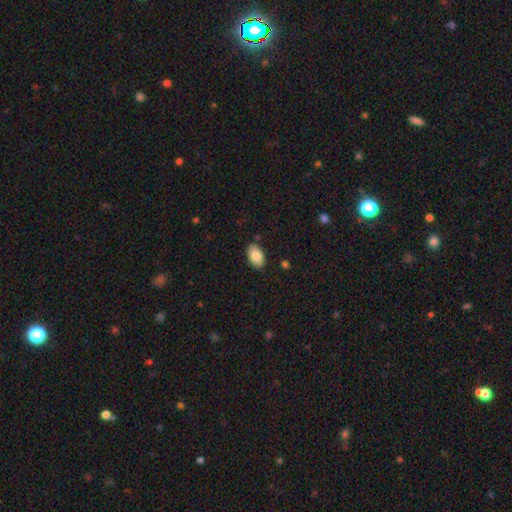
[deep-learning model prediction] Smooth or featured: smooth — 84% (featured or disk — 10%)
How rounded: in between — 93% (round — 6%)
Merging: none — 87% (minor disturbance — 10%)